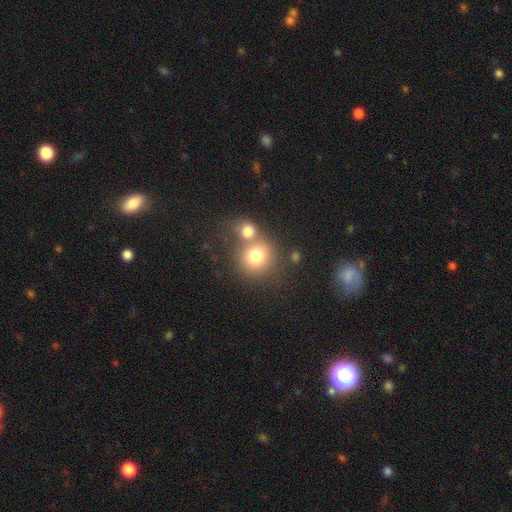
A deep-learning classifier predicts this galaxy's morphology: This is likely a smooth galaxy (75%). How rounded: clearly round (87%). Merging: possibly none (47%).